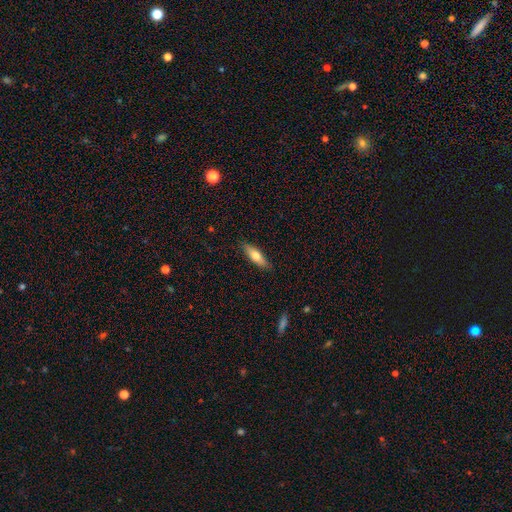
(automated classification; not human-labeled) Q: Smooth or featured?
A: smooth (68%); runner-up: featured or disk (27%)
Q: How rounded?
A: cigar-shaped (53%); runner-up: in between (45%)
Q: Merging?
A: none (88%); runner-up: minor disturbance (9%)